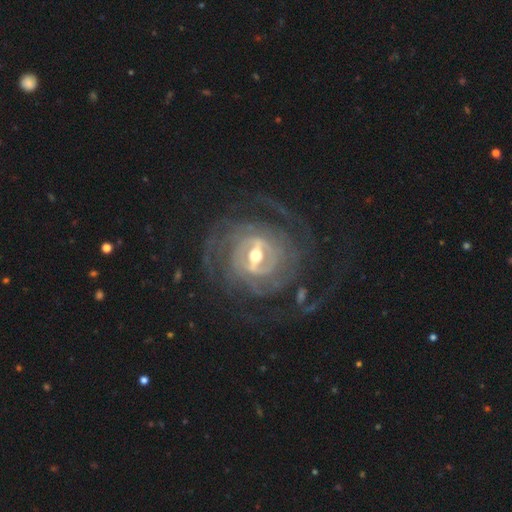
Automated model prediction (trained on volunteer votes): Smooth or featured? featured or disk (93%)
Edge-on disk? no (96%)
Bar? strong (58%)
Spiral arms? yes (96%)
Spiral winding? tight (65%)
Spiral arm count? can't tell (25%)
Bulge size? moderate (64%)
Merging? none (72%)